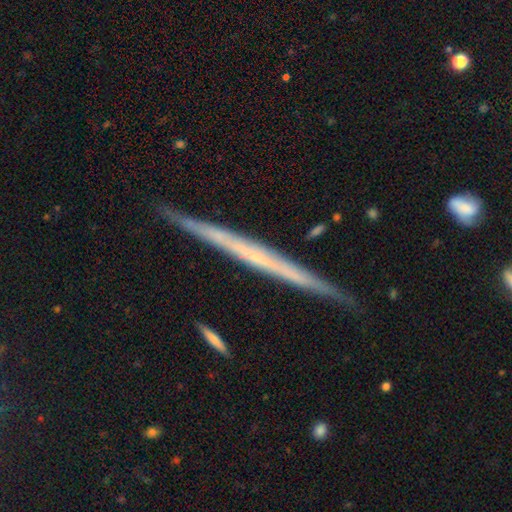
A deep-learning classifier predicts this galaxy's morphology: This is likely a featured or disk galaxy (72%). It is clearly viewed edge-on (97%). Edge-on bulge: clearly none (82%). Merging: clearly none (89%).